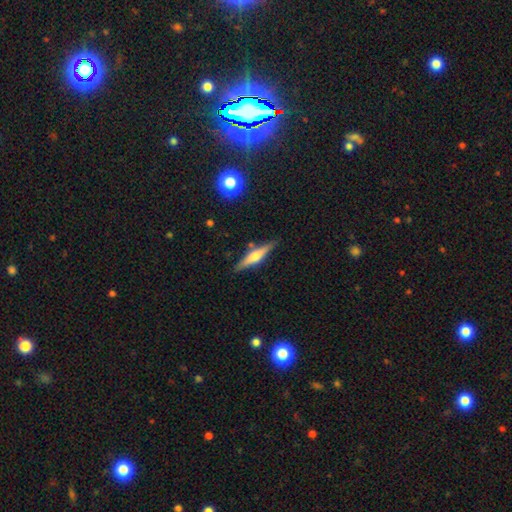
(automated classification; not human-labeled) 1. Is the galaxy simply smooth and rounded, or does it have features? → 61% featured or disk, 32% smooth, 7% star or artifact.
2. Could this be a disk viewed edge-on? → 96% yes, 4% no.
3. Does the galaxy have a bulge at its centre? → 84% rounded, 11% boxy, 5% none.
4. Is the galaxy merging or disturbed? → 85% none, 10% minor disturbance, 3% merger, 2% major disturbance.